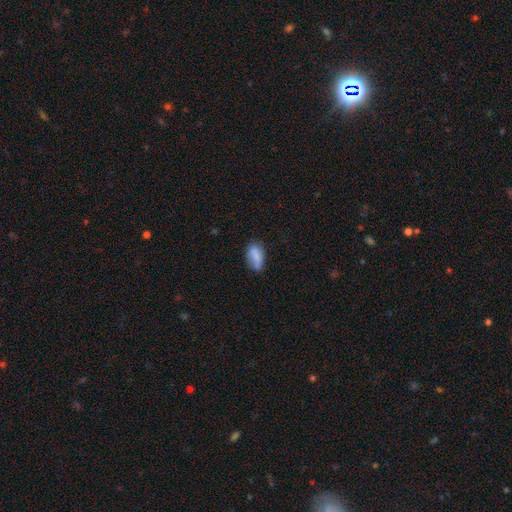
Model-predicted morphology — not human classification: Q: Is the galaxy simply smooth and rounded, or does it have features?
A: smooth — 79%.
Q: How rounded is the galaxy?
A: in between — 90%.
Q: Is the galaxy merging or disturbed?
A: none — 56%.